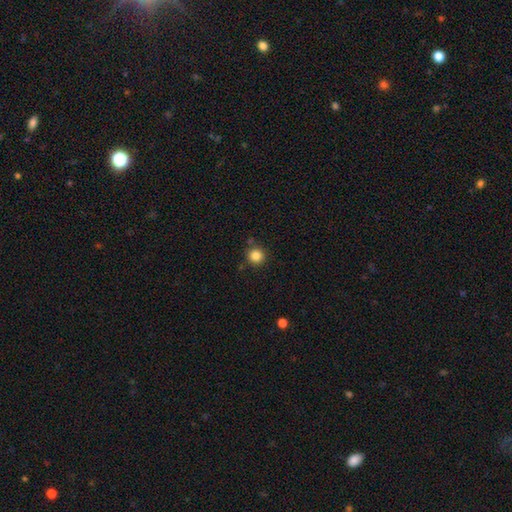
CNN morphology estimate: A smooth galaxy with no disk features (85%) that is round (94%). Merging: none (85%).